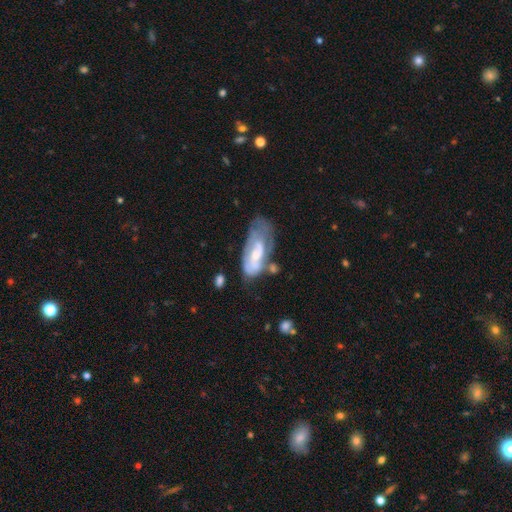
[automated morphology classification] Overall: featured or disk (54%; smooth 39%). Edge-on disk: no (90%). Merging: none (31%; minor disturbance 28%).